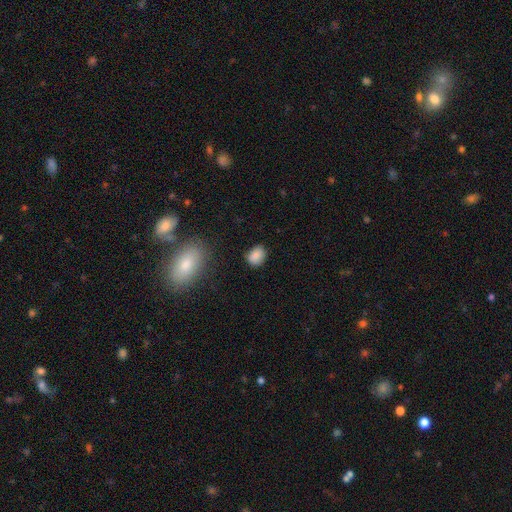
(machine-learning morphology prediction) Overall: smooth (86%). How rounded: in between (63%; round 36%). Merging: none (78%).